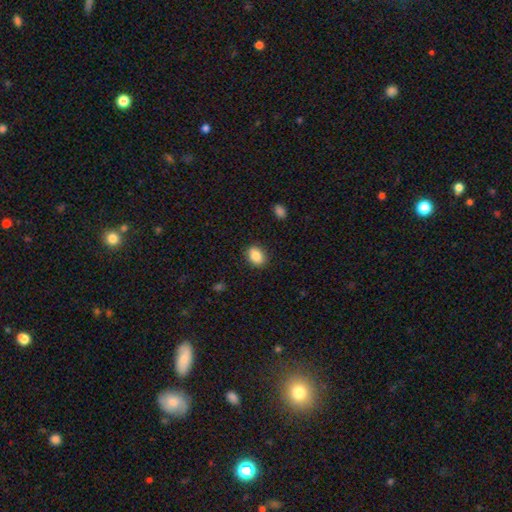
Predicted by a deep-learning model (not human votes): smooth_or_featured: smooth (p=0.87) [alt: star or artifact p=0.08]
how_rounded: in between (p=0.73) [alt: round p=0.26]
merging: none (p=0.88) [alt: minor disturbance p=0.09]